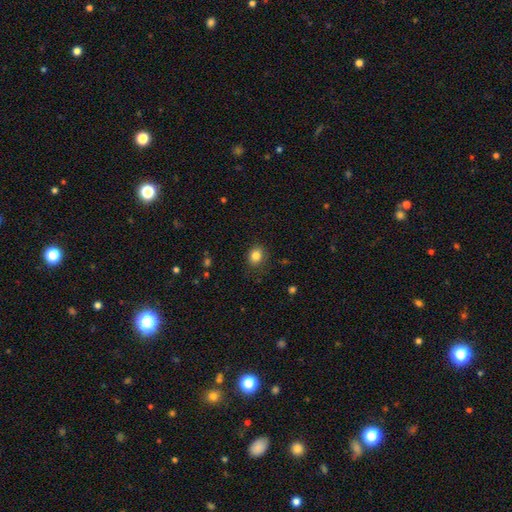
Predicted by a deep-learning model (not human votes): Smooth or featured? Predicted: smooth (p=0.84). How rounded? Predicted: round (p=0.52). Merging? Predicted: none (p=0.82).